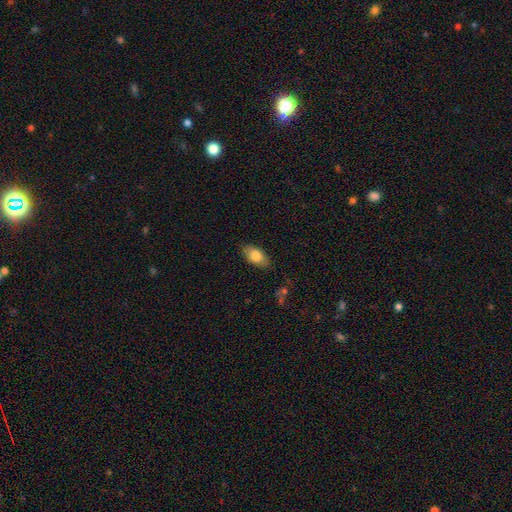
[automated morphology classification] Smooth or featured: smooth — 79% (featured or disk — 14%)
How rounded: in between — 90% (cigar-shaped — 5%)
Merging: none — 83% (minor disturbance — 13%)